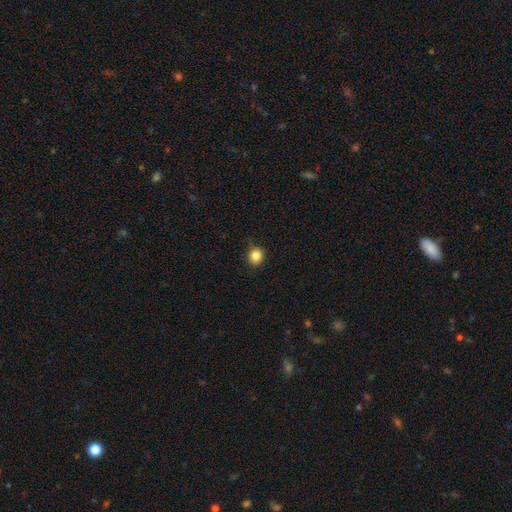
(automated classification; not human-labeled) Smooth or featured? smooth (85%)
How rounded? round (86%)
Merging? none (88%)